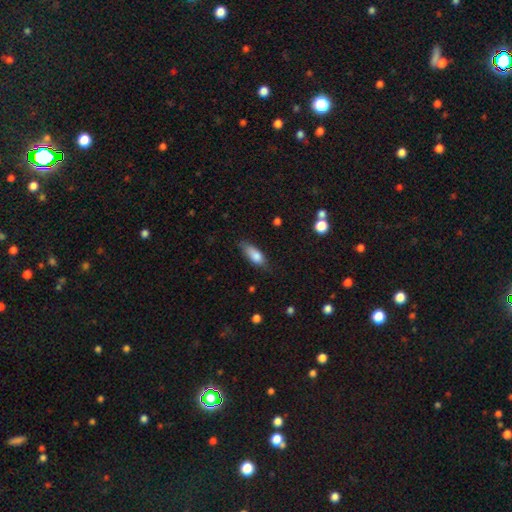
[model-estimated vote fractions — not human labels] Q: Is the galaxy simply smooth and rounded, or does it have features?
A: smooth — 80%.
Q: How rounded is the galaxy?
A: in between — 75%.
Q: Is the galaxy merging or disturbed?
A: none — 59%.